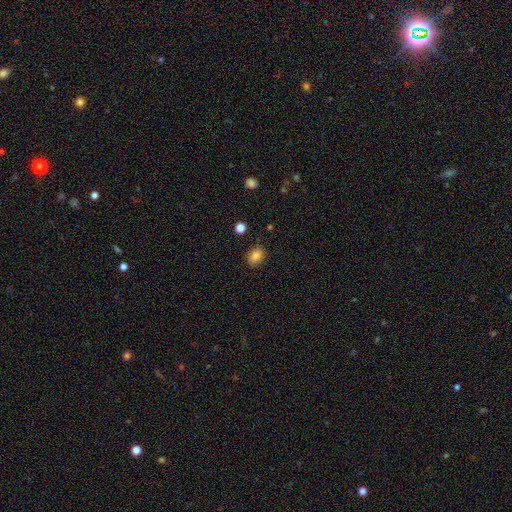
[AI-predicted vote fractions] A smooth galaxy with no disk features (83%) that is in between round and cigar-shaped (51%).

Vote fractions:
- Smooth or featured? smooth: 83% / star or artifact: 11% / featured or disk: 6%
- How rounded? in between: 51% / round: 48% / cigar-shaped: 1%
- Merging? none: 87% / minor disturbance: 9% / major disturbance: 2% / merger: 2%